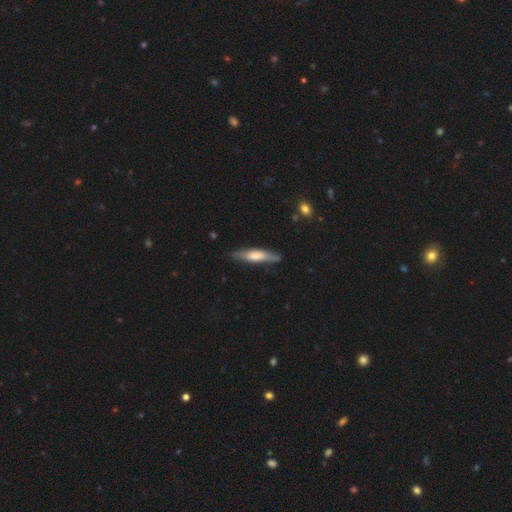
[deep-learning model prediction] This appears to be a smooth galaxy with no disk features (48%). Merging: none (81%).